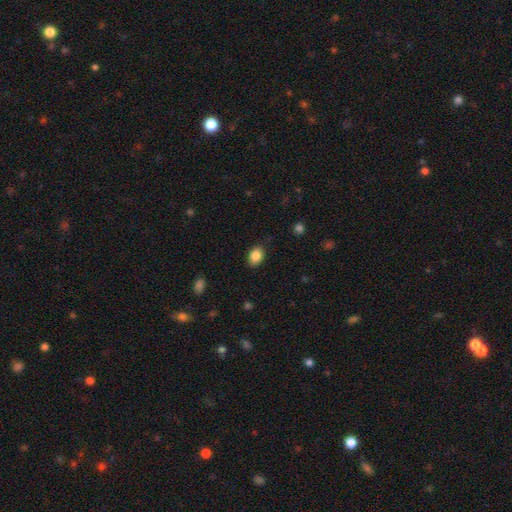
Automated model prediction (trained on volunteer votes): A smooth galaxy with no disk features (85%) that is in between round and cigar-shaped (75%).

Vote fractions:
- Smooth or featured? smooth: 85% / star or artifact: 9% / featured or disk: 6%
- How rounded? in between: 75% / round: 24% / cigar-shaped: 1%
- Merging? none: 84% / minor disturbance: 12% / major disturbance: 3% / merger: 1%